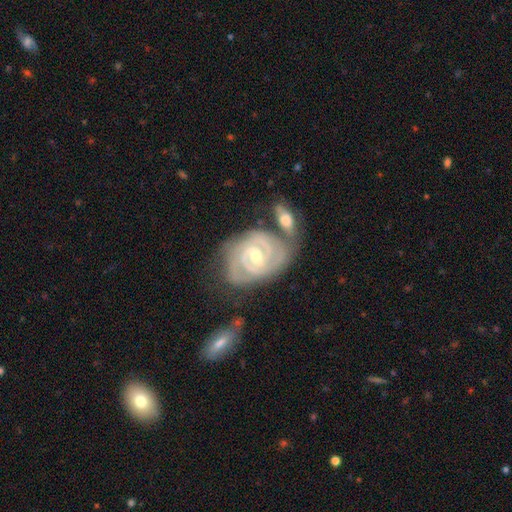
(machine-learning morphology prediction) The model was most divided on "bulge size": moderate: 55%, small: 41%, large: 2%, none: 1%, dominant: 1%. More confident: spiral arms — yes (98%); edge-on disk — no (97%); smooth or featured — featured or disk (91%); spiral winding — tight (78%); spiral arm count — 2 (61%); merging — none (55%); bar — weak (51%).